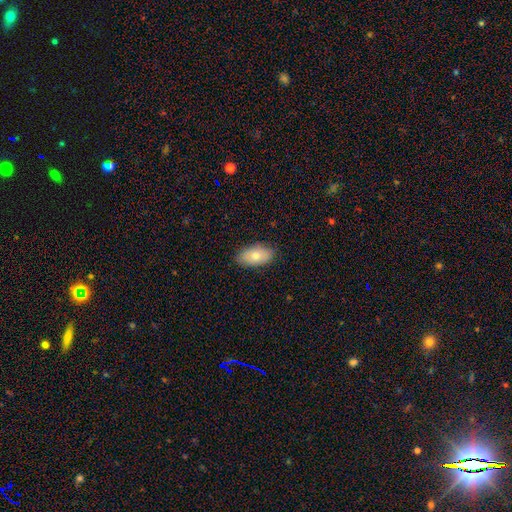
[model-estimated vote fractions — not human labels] This is likely a smooth galaxy (73%). How rounded: clearly in between (93%). Merging: clearly none (86%).